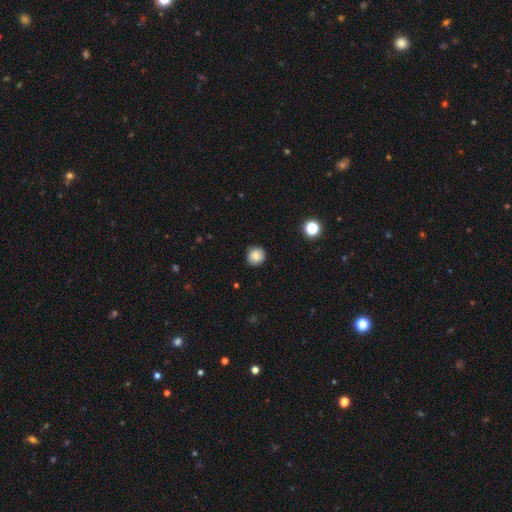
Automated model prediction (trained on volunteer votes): Morphology: type=smooth (83%); roundness=round (91%); merging=none (87%).